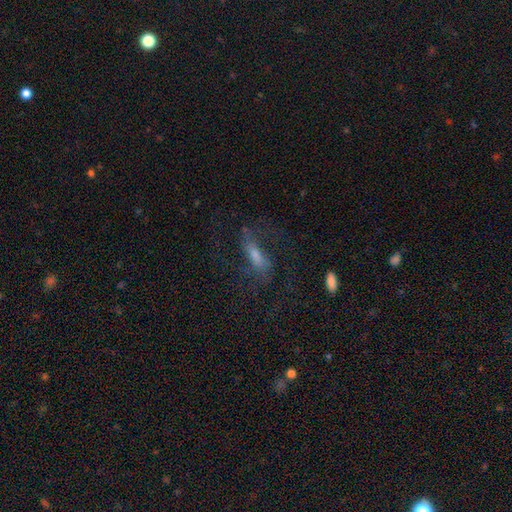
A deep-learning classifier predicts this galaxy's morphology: Smooth or featured? featured or disk (49%)
Merging? none (55%)